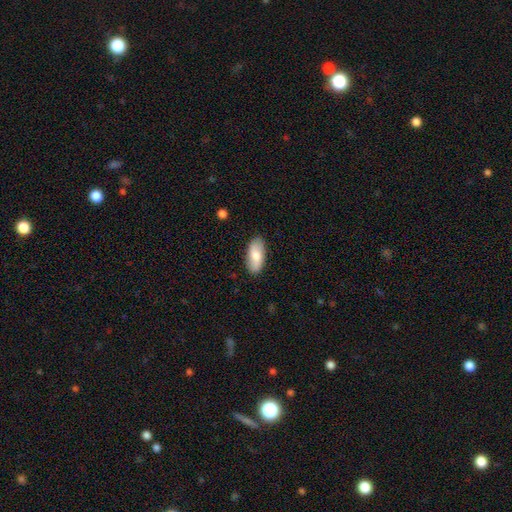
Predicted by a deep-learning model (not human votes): This appears to be a smooth galaxy with no disk features (76%) that is in between round and cigar-shaped (90%). Merging: none (85%).